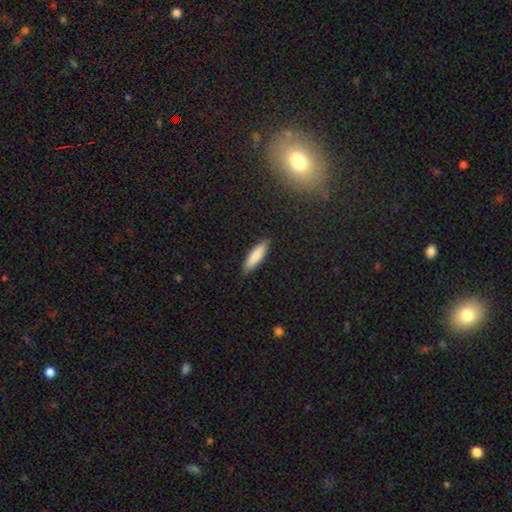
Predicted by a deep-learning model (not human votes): Smooth or featured: smooth — 84% (featured or disk — 10%)
How rounded: cigar-shaped — 66% (in between — 32%)
Merging: none — 87% (minor disturbance — 10%)